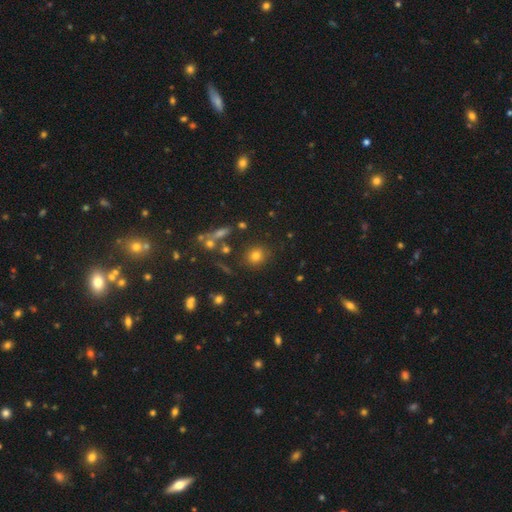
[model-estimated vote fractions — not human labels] A smooth galaxy with no disk features (74%) that is round (79%).

Vote fractions:
- Smooth or featured? smooth: 74% / star or artifact: 17% / featured or disk: 9%
- How rounded? round: 79% / in between: 19% / cigar-shaped: 2%
- Merging? none: 83% / minor disturbance: 9% / merger: 4% / major disturbance: 4%